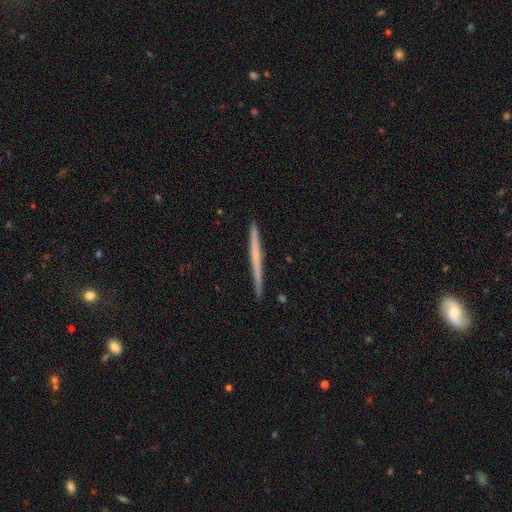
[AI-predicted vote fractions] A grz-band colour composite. It shows a featured or disk galaxy (54%) viewed edge-on (98%) with no central bulge (85%). Merging: none (92%).